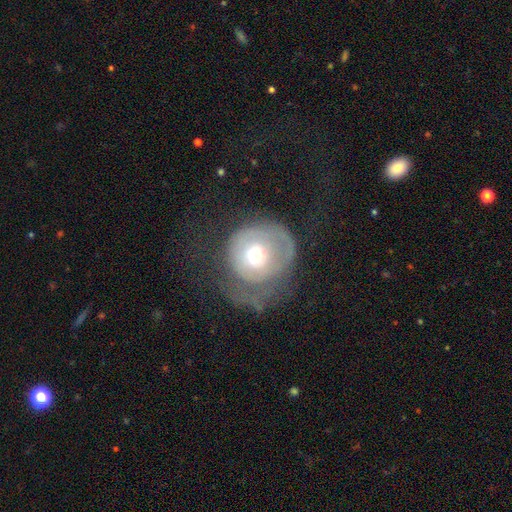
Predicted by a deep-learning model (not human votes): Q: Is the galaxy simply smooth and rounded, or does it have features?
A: smooth — 50%.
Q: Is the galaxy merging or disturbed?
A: major disturbance — 46%.